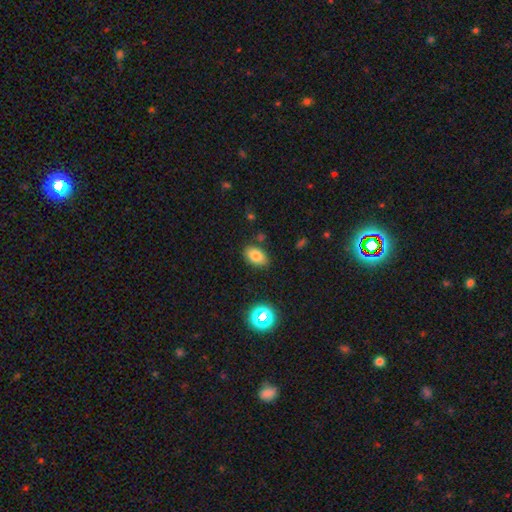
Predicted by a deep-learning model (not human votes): Morphology: type=smooth (79%); roundness=in between (89%); merging=none (83%).